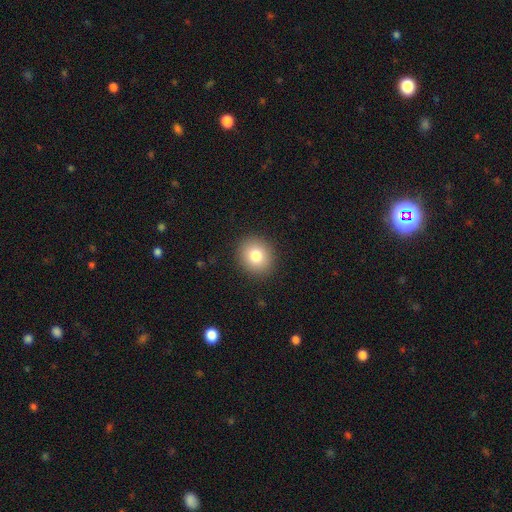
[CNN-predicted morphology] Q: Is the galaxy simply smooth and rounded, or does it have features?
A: smooth — 80%.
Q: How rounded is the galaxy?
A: round — 82%.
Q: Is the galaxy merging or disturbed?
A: none — 91%.